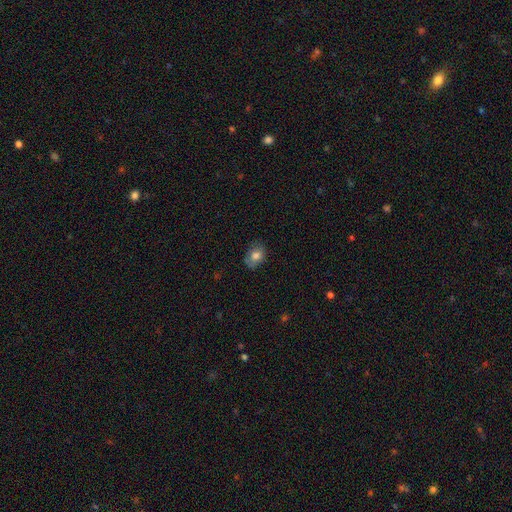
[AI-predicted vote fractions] This is likely a smooth galaxy (77%). How rounded: likely in between (72%). Merging: likely none (71%).